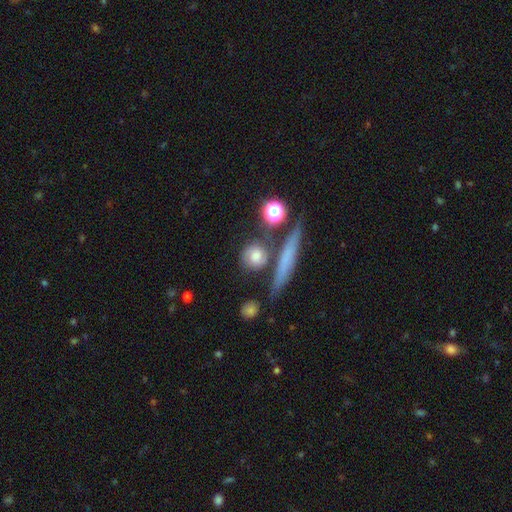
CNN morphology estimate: A smooth galaxy with no disk features (68%) that is round (81%).

Vote fractions:
- Smooth or featured? smooth: 68% / featured or disk: 22% / star or artifact: 11%
- How rounded? round: 81% / in between: 11% / cigar-shaped: 8%
- Merging? none: 66% / minor disturbance: 14% / merger: 14% / major disturbance: 6%